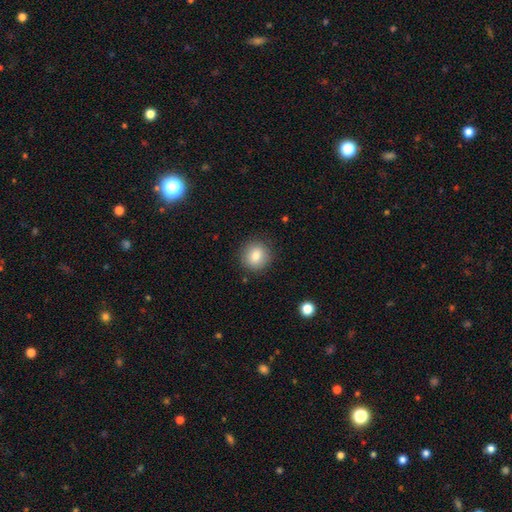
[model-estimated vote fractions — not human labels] Smooth or featured: smooth — 82% (star or artifact — 9%)
How rounded: round — 88% (in between — 11%)
Merging: none — 88% (minor disturbance — 8%)